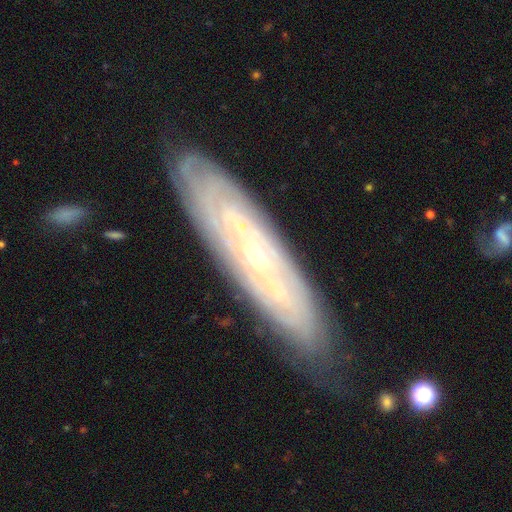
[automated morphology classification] Overall: featured or disk (80%). Edge-on disk: no (76%). Bar: no (77%). Spiral arms: yes (85%). Spiral arm count: can't tell (66%). Spiral winding: tight (83%). Bulge size: small (76%). Merging: none (80%).